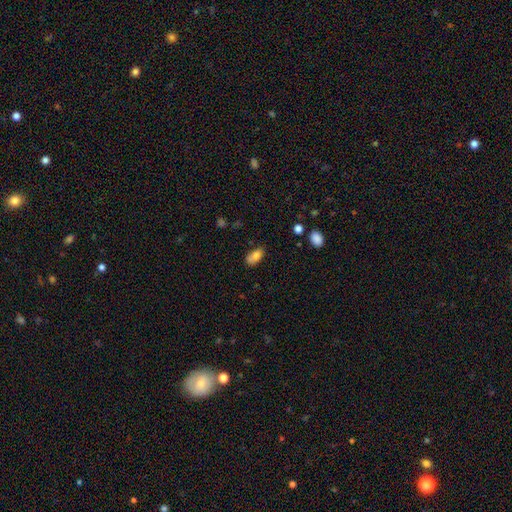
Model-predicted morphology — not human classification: Q: Smooth or featured?
A: smooth (78%); runner-up: featured or disk (14%)
Q: How rounded?
A: in between (90%); runner-up: round (5%)
Q: Merging?
A: none (64%); runner-up: minor disturbance (26%)